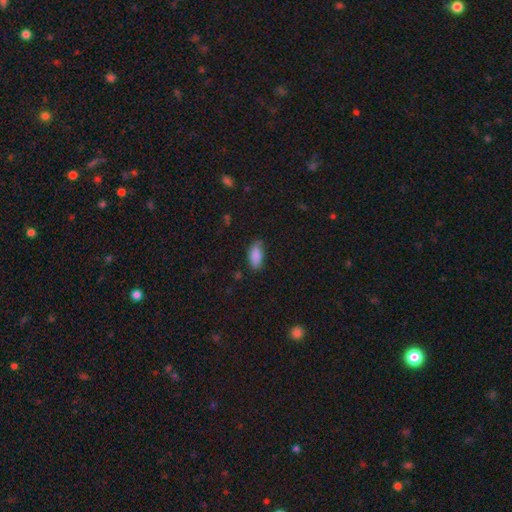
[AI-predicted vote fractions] Smooth or featured: smooth — 87% (star or artifact — 7%)
How rounded: in between — 90% (cigar-shaped — 8%)
Merging: none — 70% (minor disturbance — 24%)